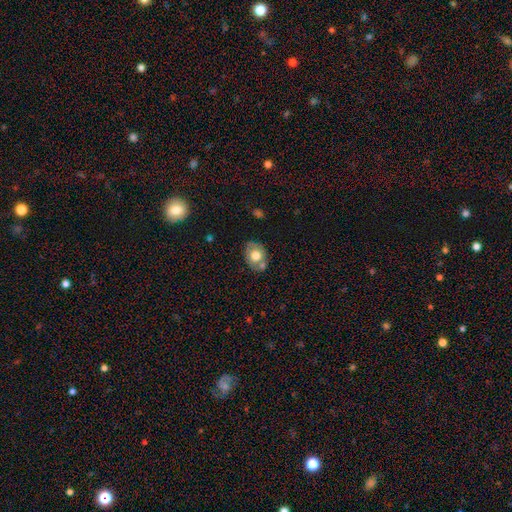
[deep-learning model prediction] Smooth or featured? Predicted: smooth (p=0.67). How rounded? Predicted: in between (p=0.57). Merging? Predicted: none (p=0.61).